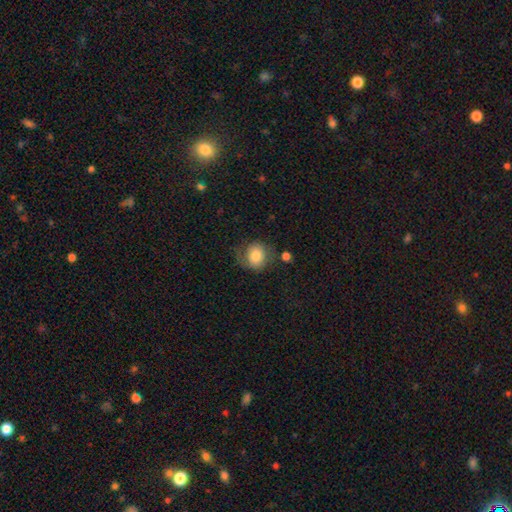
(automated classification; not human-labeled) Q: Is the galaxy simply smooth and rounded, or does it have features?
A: smooth — 77%.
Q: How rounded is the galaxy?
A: round — 76%.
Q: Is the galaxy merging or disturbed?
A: none — 62%.